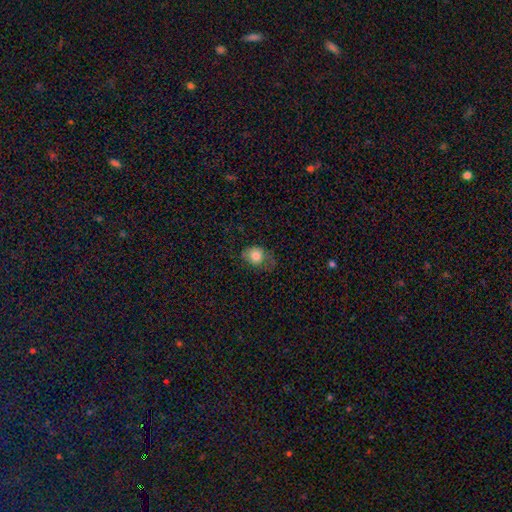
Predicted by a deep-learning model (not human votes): smooth_or_featured: smooth (p=0.80) [alt: featured or disk p=0.10]
how_rounded: round (p=0.62) [alt: in between p=0.37]
merging: none (p=0.49) [alt: minor disturbance p=0.31]